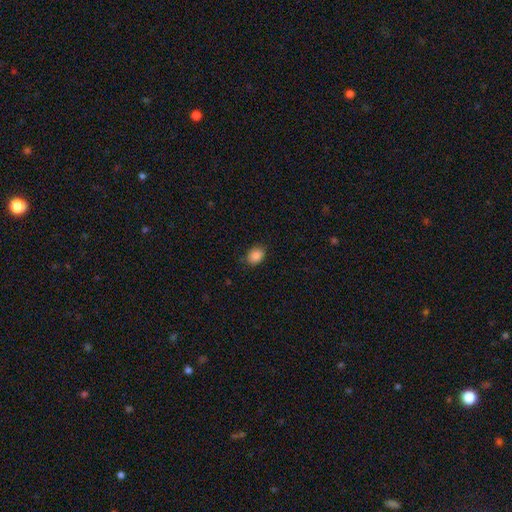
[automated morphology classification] Overall: smooth (87%). How rounded: in between (69%; round 30%). Merging: none (84%).